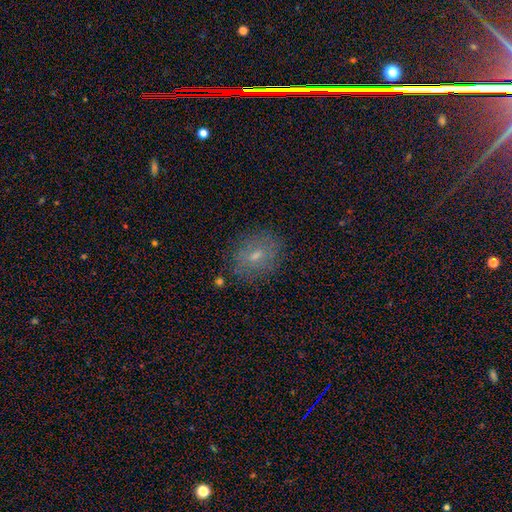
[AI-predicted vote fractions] The model was most divided on "how rounded": in between: 50%, round: 49%, cigar-shaped: 2%. More confident: merging — none (80%); smooth or featured — smooth (60%).